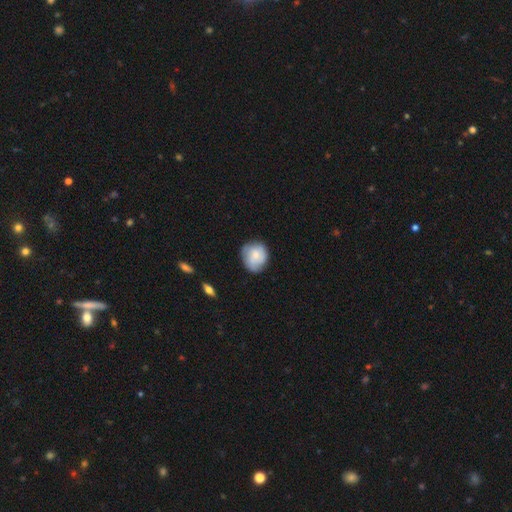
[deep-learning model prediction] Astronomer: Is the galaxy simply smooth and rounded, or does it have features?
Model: smooth — 64%.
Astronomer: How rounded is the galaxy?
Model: round — 81%.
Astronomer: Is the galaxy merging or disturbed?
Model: none — 72%.